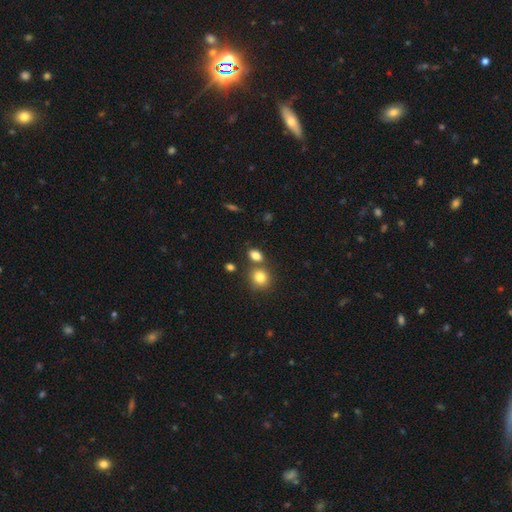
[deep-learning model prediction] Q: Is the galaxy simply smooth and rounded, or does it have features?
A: smooth — 81%.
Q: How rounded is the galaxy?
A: in between — 65%.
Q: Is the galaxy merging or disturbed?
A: none — 62%.